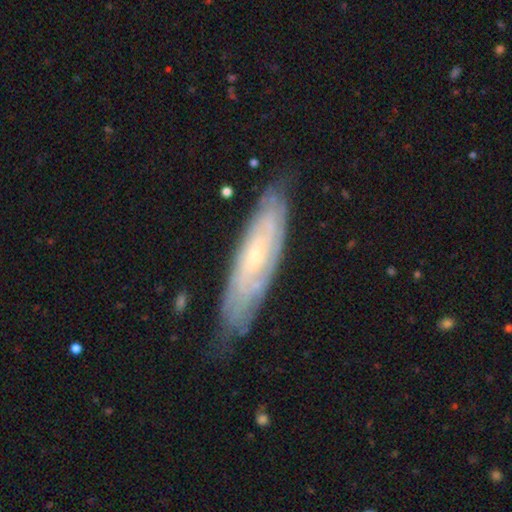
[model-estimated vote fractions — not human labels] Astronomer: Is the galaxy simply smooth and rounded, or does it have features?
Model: featured or disk — 71%.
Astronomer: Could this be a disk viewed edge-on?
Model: no — 72%.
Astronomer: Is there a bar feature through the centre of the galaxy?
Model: no — 68%.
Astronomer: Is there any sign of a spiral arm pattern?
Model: yes — 84%.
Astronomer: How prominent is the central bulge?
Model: small — 76%.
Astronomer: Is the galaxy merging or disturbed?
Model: none — 74%.